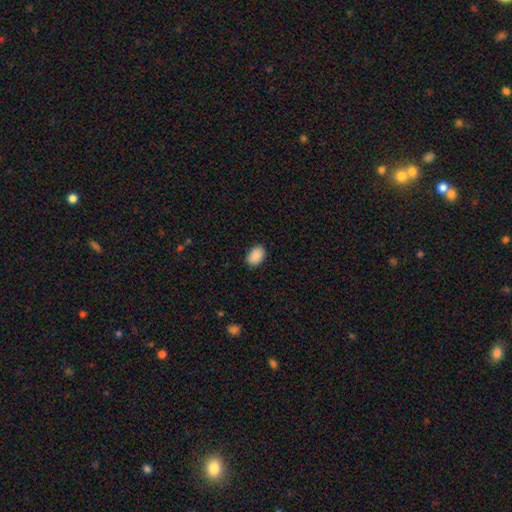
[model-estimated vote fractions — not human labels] Smooth or featured? smooth (90%)
How rounded? in between (87%)
Merging? none (88%)